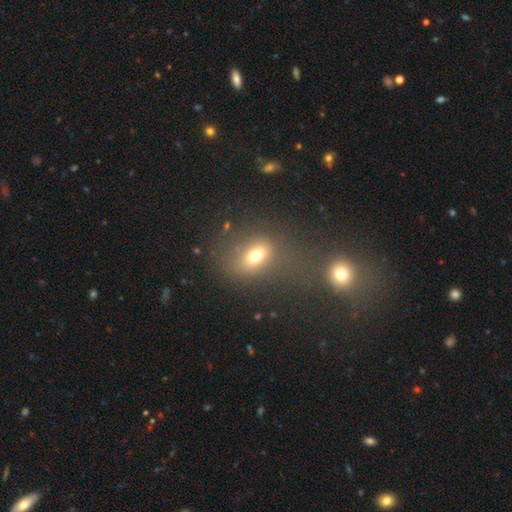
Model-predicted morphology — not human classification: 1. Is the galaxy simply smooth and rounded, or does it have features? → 68% smooth, 18% star or artifact, 14% featured or disk.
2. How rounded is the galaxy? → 61% in between, 36% round, 3% cigar-shaped.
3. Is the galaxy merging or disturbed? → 56% none, 17% merger, 14% minor disturbance, 13% major disturbance.